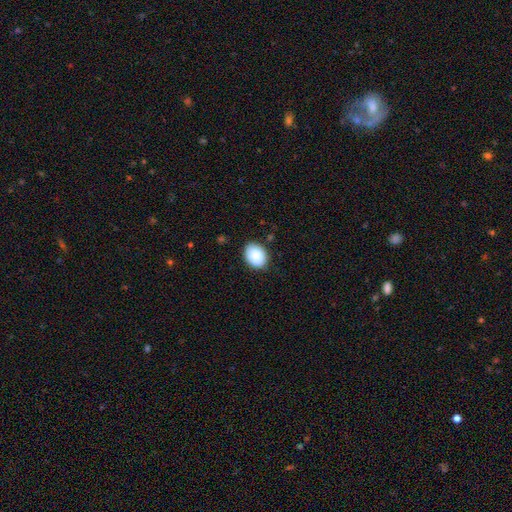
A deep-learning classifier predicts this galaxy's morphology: type=smooth (87%); roundness=in between (62%); merging=none (79%).